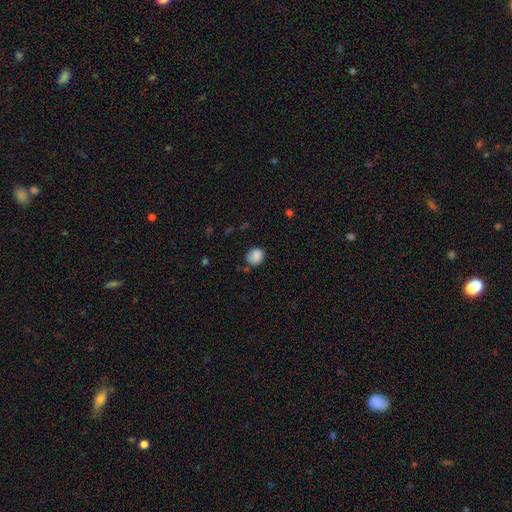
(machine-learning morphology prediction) Smooth or featured? smooth (84%)
How rounded? round (72%)
Merging? none (63%)